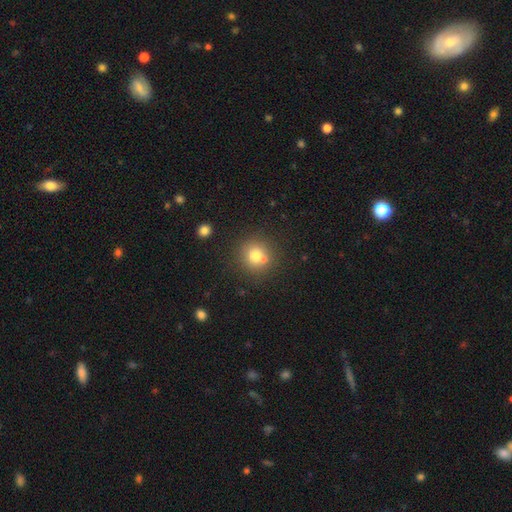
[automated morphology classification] This appears to be a smooth galaxy with no disk features (73%) that is round (90%). Merging: none (65%).